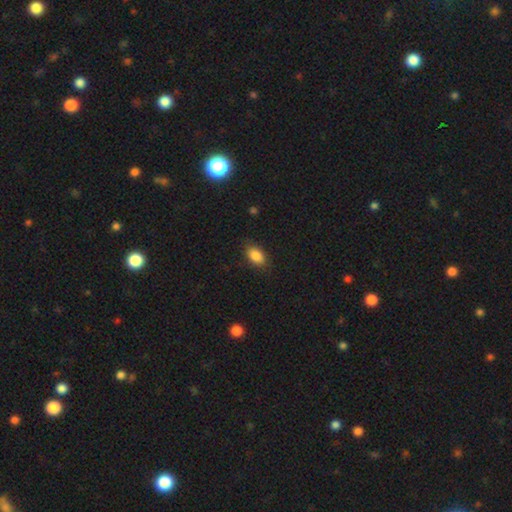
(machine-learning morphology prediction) smooth_or_featured: smooth (p=0.86) [alt: star or artifact p=0.08]
how_rounded: in between (p=0.89) [alt: round p=0.09]
merging: none (p=0.85) [alt: minor disturbance p=0.11]